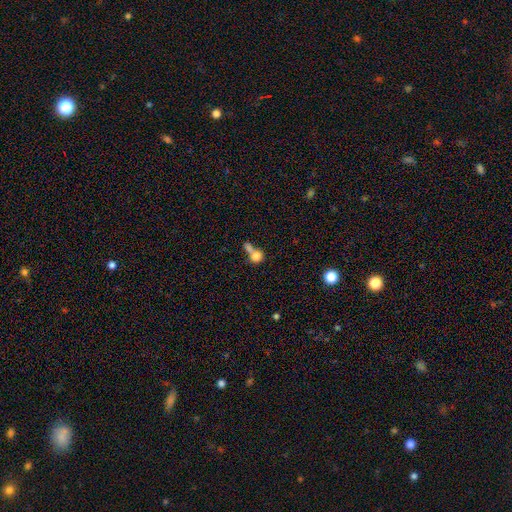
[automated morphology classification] Q: Smooth or featured?
A: smooth (78%); runner-up: featured or disk (12%)
Q: How rounded?
A: round (72%); runner-up: in between (26%)
Q: Merging?
A: merger (59%); runner-up: none (27%)